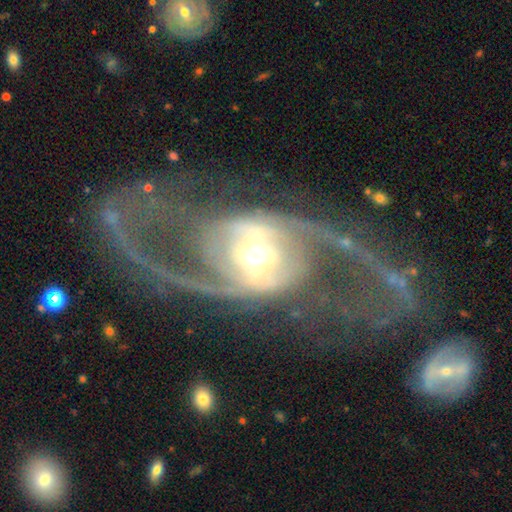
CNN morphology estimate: This appears to be a featured or disk galaxy (88%) with a strong bar (44%), 2 (85%) loose (52%) spiral arms (89%) and a moderate central bulge (62%). Merging: none (49%).